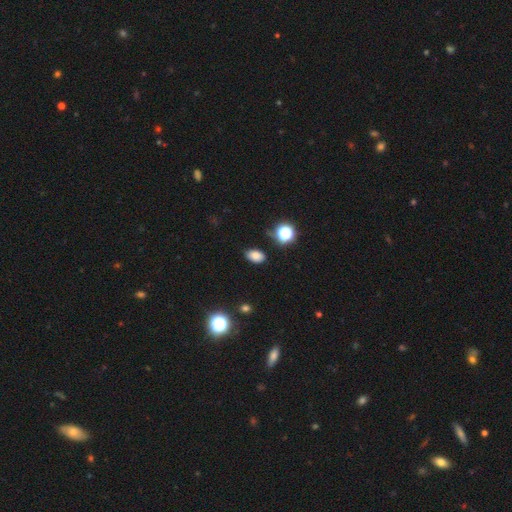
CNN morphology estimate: This is likely a smooth galaxy (80%). How rounded: clearly in between (85%). Merging: clearly none (82%).